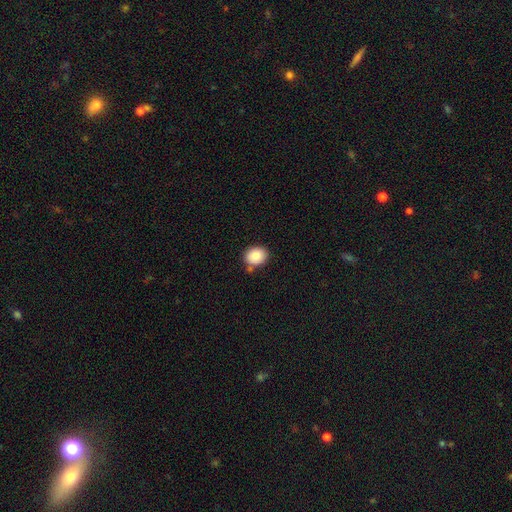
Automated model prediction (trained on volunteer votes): Smooth or featured?
  - smooth: 82% *
  - featured or disk: 9%
  - star or artifact: 9%
How rounded?
  - round: 57% *
  - in between: 42%
  - cigar-shaped: 1%
Merging?
  - none: 75% *
  - minor disturbance: 13%
  - merger: 9%
  - major disturbance: 3%